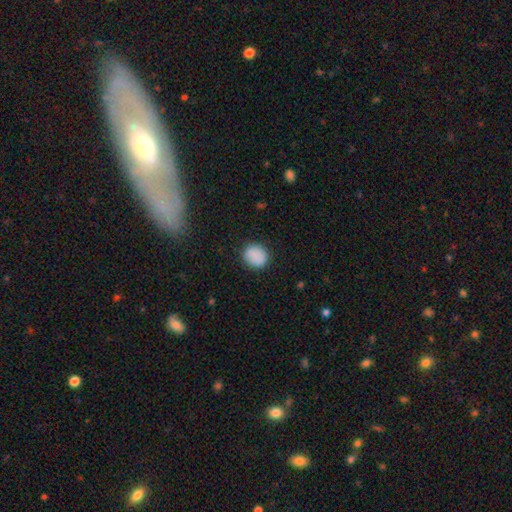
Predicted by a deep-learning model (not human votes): Overall: smooth (88%). How rounded: round (73%). Merging: none (86%).